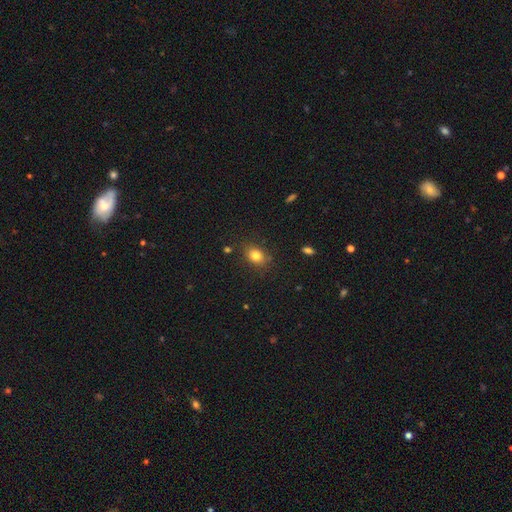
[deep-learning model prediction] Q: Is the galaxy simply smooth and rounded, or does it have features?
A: smooth — 81%.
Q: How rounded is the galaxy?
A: in between — 62%.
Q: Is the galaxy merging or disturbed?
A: none — 83%.